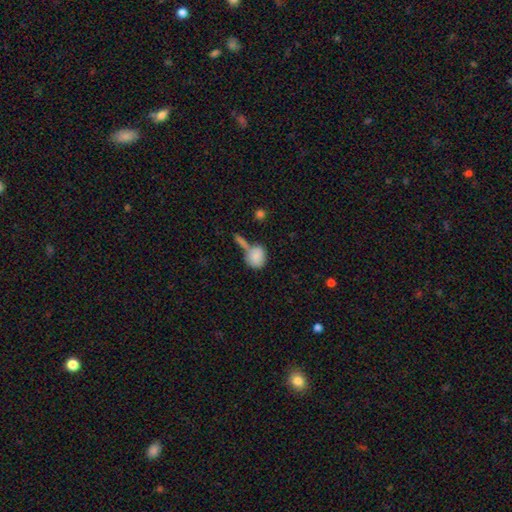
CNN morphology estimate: type=smooth (84%); roundness=round (59%); merging=none (41%).